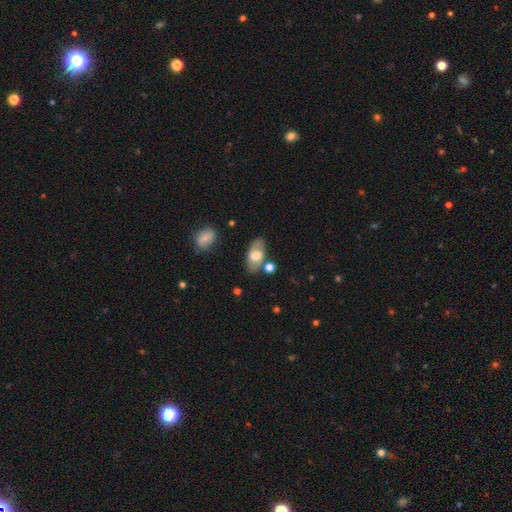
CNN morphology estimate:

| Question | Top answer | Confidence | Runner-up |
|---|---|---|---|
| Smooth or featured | smooth | 56% | featured or disk (37%) |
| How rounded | in between | 90% | round (5%) |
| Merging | none | 75% | minor disturbance (15%) |